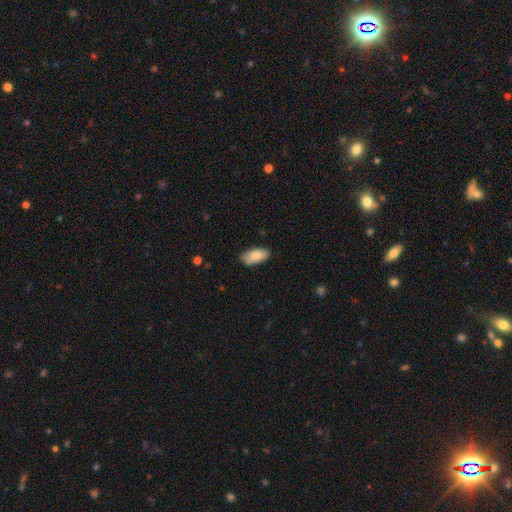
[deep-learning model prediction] A smooth galaxy with no disk features (82%) that is in between round and cigar-shaped (92%). Merging: none (78%).